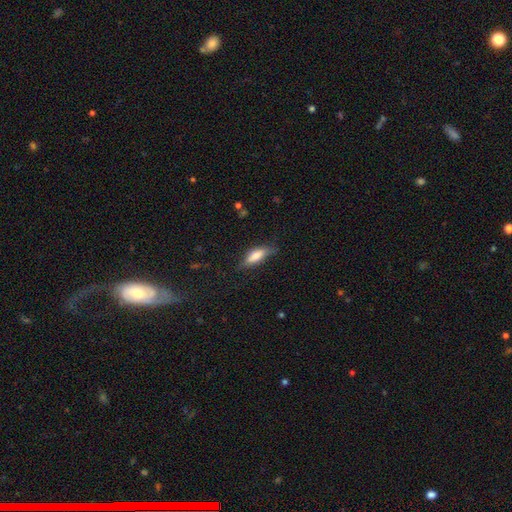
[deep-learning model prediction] A smooth galaxy with no disk features (69%) that is in between round and cigar-shaped (60%). Merging: none (65%).